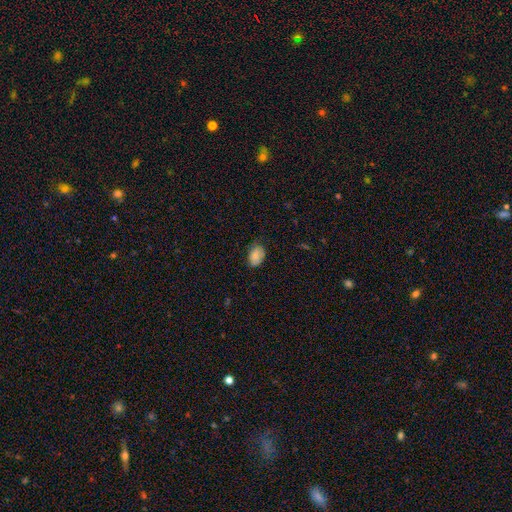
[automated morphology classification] Smooth or featured? smooth (83%)
How rounded? in between (84%)
Merging? none (67%)